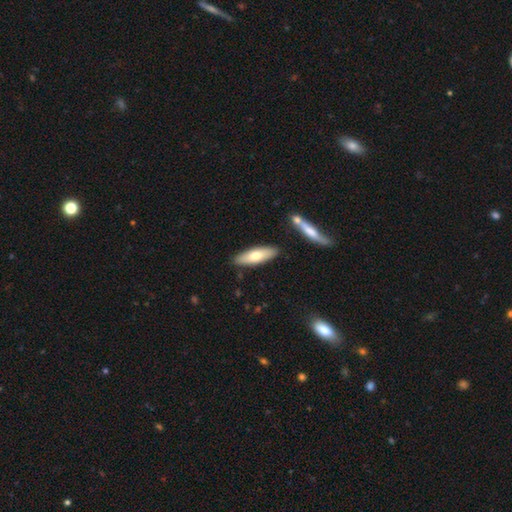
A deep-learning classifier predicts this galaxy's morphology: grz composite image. It shows a smooth galaxy with no disk features (67%) that is cigar-shaped (50%). Merging: none (85%).